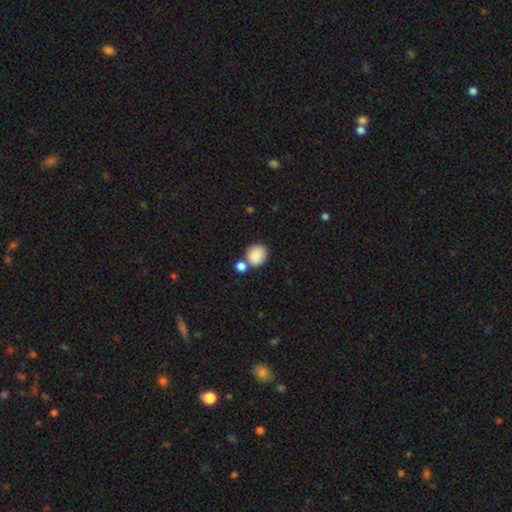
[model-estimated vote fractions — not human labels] Smooth or featured? smooth (87%)
How rounded? round (82%)
Merging? none (56%)